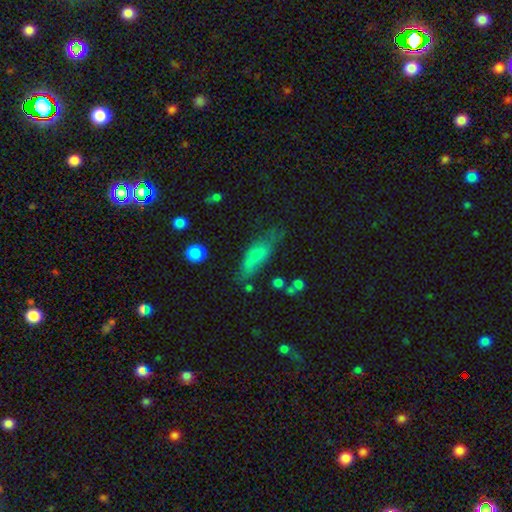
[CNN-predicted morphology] smooth-or-featured: smooth: 71% | featured or disk: 21% | star or artifact: 9%
  how-rounded: in between: 61% | cigar-shaped: 36% | round: 3%
  merging: none: 50% | minor disturbance: 30% | major disturbance: 14% | merger: 5%